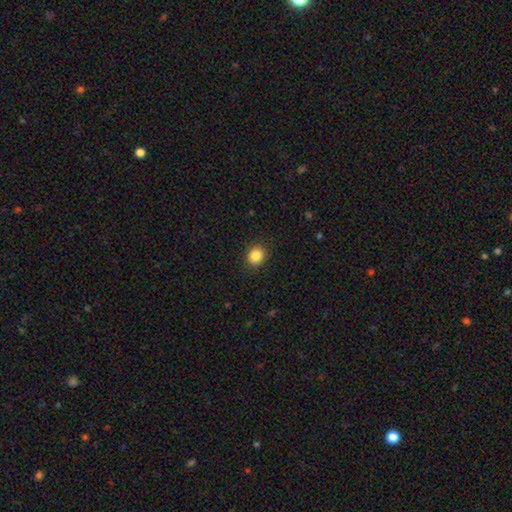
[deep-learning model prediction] smooth-or-featured: smooth: 85% | star or artifact: 10% | featured or disk: 5%
  how-rounded: round: 74% | in between: 25% | cigar-shaped: 1%
  merging: none: 89% | minor disturbance: 8% | major disturbance: 2% | merger: 1%